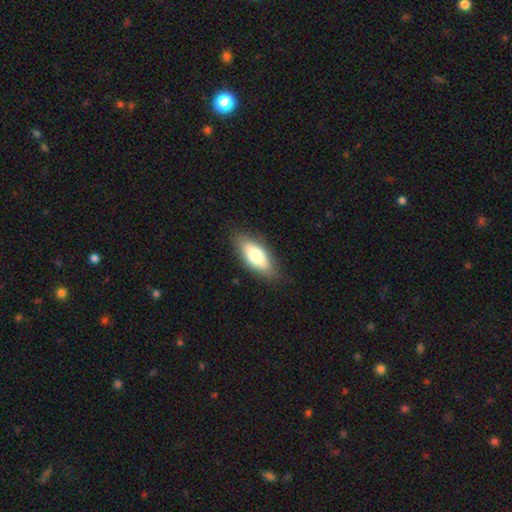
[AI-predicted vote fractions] A smooth galaxy with no disk features (72%) that is in between round and cigar-shaped (82%). Merging: none (85%).